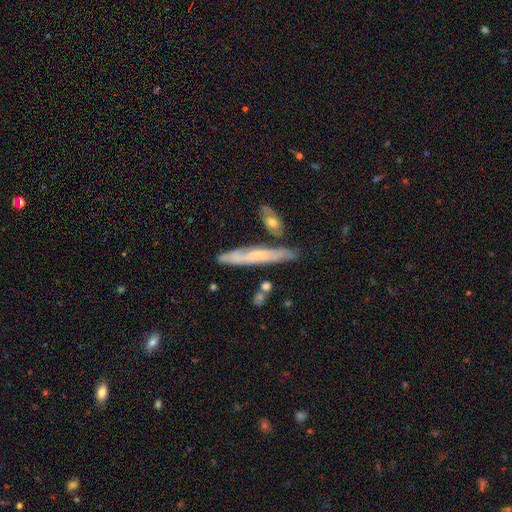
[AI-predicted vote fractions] Smooth or featured?
  - featured or disk: 55% *
  - smooth: 38%
  - star or artifact: 7%
Edge-on disk?
  - yes: 76% *
  - no: 24%
Merging?
  - none: 76% *
  - minor disturbance: 15%
  - merger: 7%
  - major disturbance: 3%